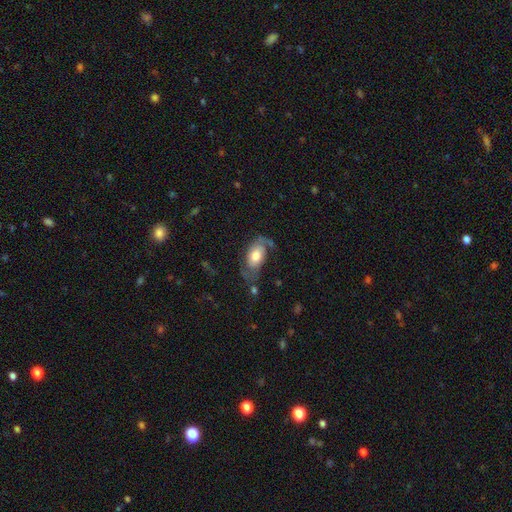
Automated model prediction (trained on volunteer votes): The model was most divided on "smooth or featured": featured or disk: 53%, smooth: 40%, star or artifact: 7%. Remaining: edge-on disk — no (93%); merging — none (46%).